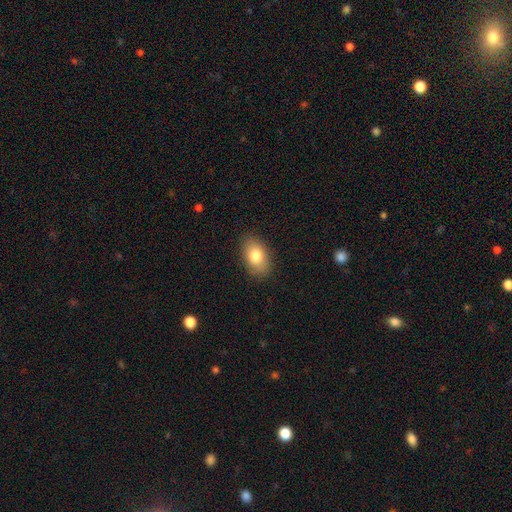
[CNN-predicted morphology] This is clearly a smooth galaxy (81%). How rounded: clearly in between (90%). Merging: clearly none (85%).